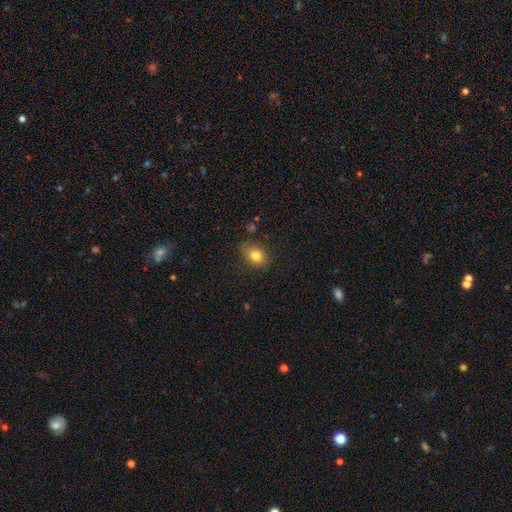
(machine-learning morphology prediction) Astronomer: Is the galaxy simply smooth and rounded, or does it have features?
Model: smooth — 80%.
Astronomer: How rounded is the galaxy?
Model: in between — 66%.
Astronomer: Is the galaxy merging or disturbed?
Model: none — 79%.